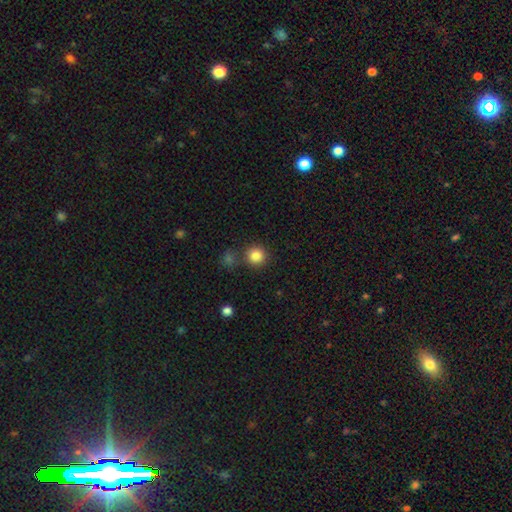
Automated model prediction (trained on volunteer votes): Smooth or featured? Predicted: smooth (p=0.85). How rounded? Predicted: round (p=0.92). Merging? Predicted: none (p=0.79).